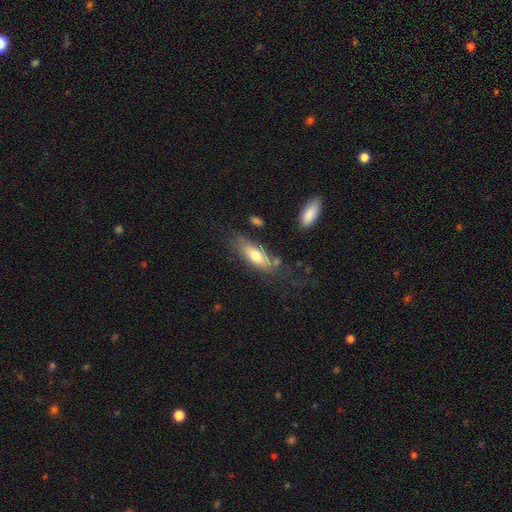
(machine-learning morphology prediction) Smooth or featured?
  - smooth: 67% *
  - featured or disk: 26%
  - star or artifact: 6%
How rounded?
  - in between: 64% *
  - cigar-shaped: 34%
  - round: 2%
Merging?
  - none: 64% *
  - minor disturbance: 21%
  - major disturbance: 8%
  - merger: 6%